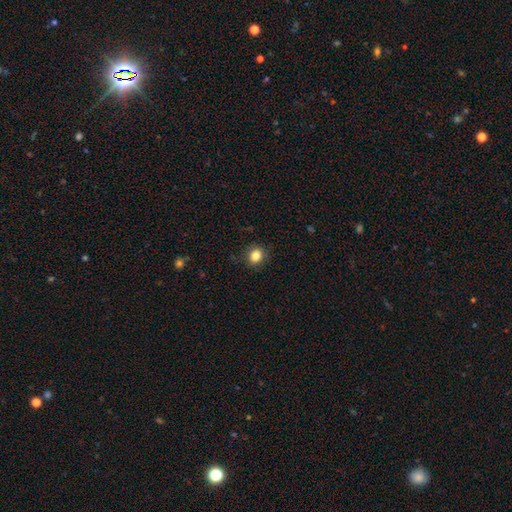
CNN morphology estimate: This appears to be a smooth galaxy with no disk features (84%) that is round (74%). Merging: none (86%).